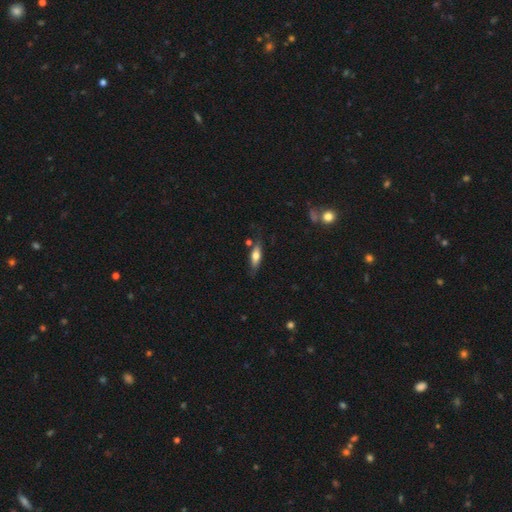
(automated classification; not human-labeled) Overall: smooth (61%; featured or disk 33%). How rounded: in between (52%; cigar-shaped 46%). Merging: none (72%).